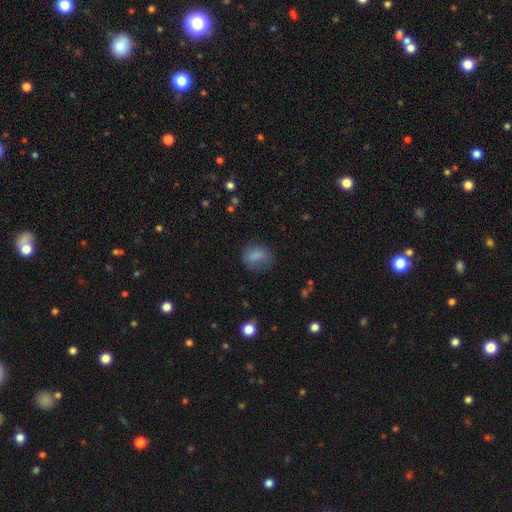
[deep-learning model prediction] smooth-or-featured: smooth: 82% | star or artifact: 10% | featured or disk: 9%
  how-rounded: in between: 59% | round: 39% | cigar-shaped: 2%
  merging: none: 72% | minor disturbance: 19% | major disturbance: 7% | merger: 1%